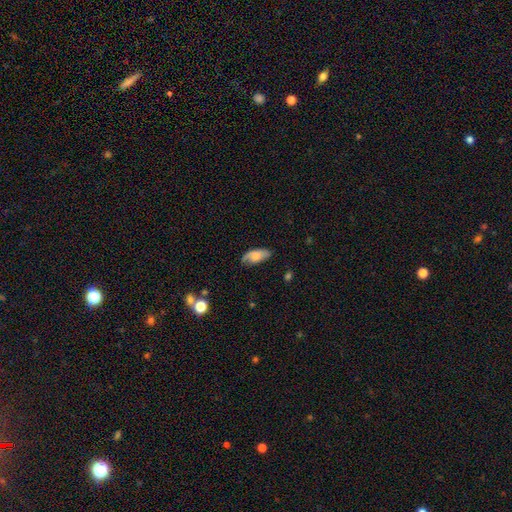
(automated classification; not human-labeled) Q: Smooth or featured?
A: smooth (59%); runner-up: featured or disk (33%)
Q: How rounded?
A: in between (86%); runner-up: cigar-shaped (11%)
Q: Merging?
A: none (62%); runner-up: minor disturbance (27%)